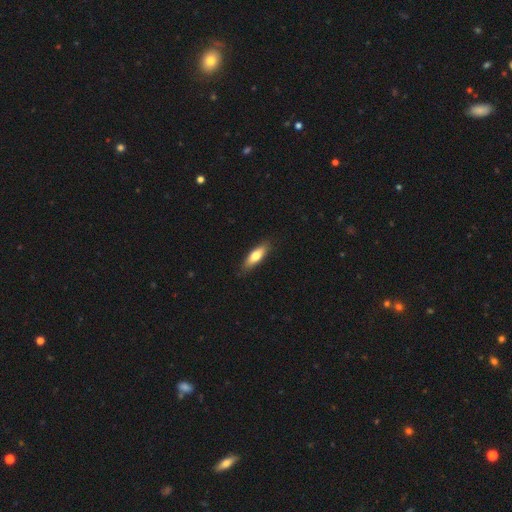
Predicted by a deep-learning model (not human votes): Smooth or featured? Predicted: smooth (p=0.72). How rounded? Predicted: in between (p=0.52). Merging? Predicted: none (p=0.86).